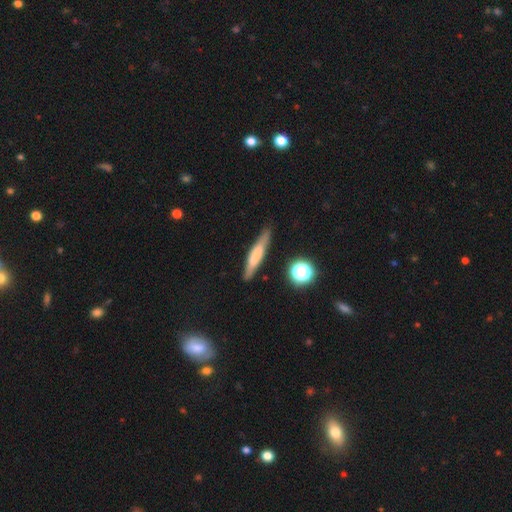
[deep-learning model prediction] smooth_or_featured: smooth (p=0.56) [alt: featured or disk p=0.35]
how_rounded: cigar-shaped (p=0.88) [alt: in between p=0.09]
merging: none (p=0.83) [alt: minor disturbance p=0.12]